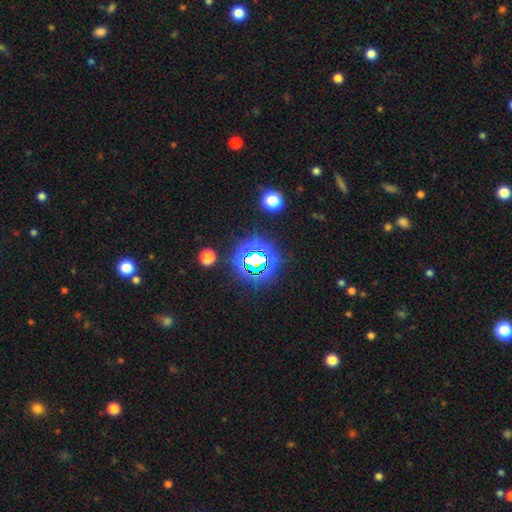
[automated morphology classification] Smooth or featured?
  - star or artifact: 71% *
  - smooth: 18%
  - featured or disk: 11%